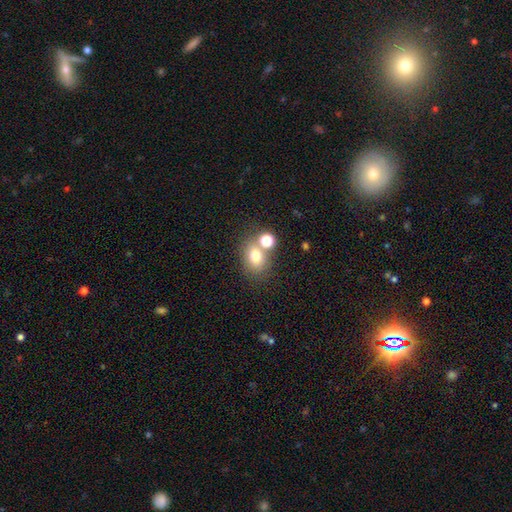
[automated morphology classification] smooth_or_featured: smooth (p=0.73) [alt: star or artifact p=0.14]
how_rounded: round (p=0.50) [alt: in between p=0.49]
merging: none (p=0.56) [alt: merger p=0.29]